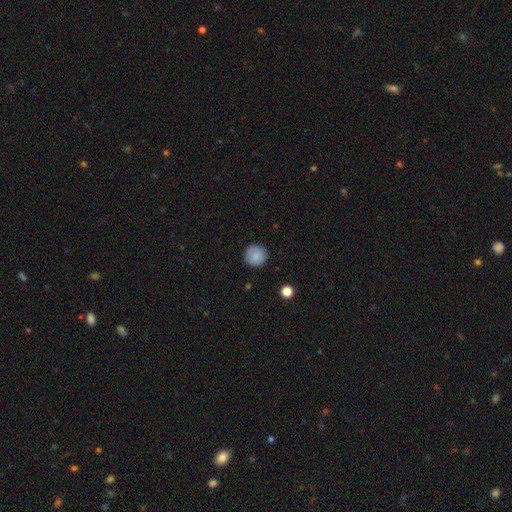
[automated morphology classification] Smooth or featured?
  - smooth: 81% *
  - featured or disk: 11%
  - star or artifact: 8%
How rounded?
  - round: 95% *
  - in between: 4%
  - cigar-shaped: 1%
Merging?
  - none: 88% *
  - minor disturbance: 9%
  - major disturbance: 2%
  - merger: 1%